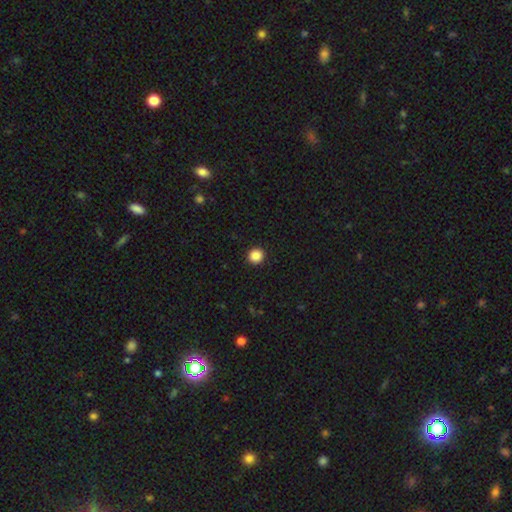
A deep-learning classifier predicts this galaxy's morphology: Smooth or featured? smooth (88%)
How rounded? round (92%)
Merging? none (93%)